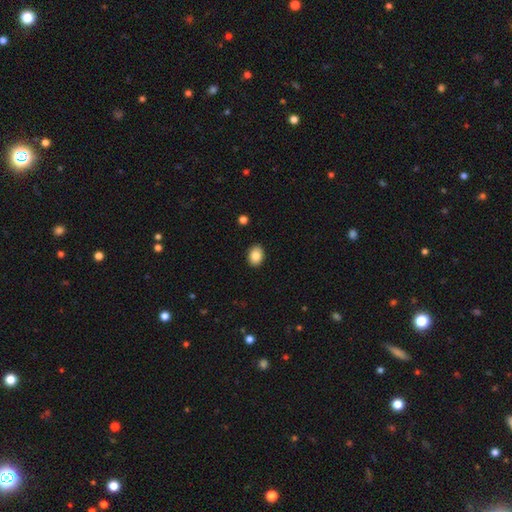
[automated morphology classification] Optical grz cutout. It shows a smooth galaxy with no disk features (84%) that is in between round and cigar-shaped (72%). Merging: none (90%).